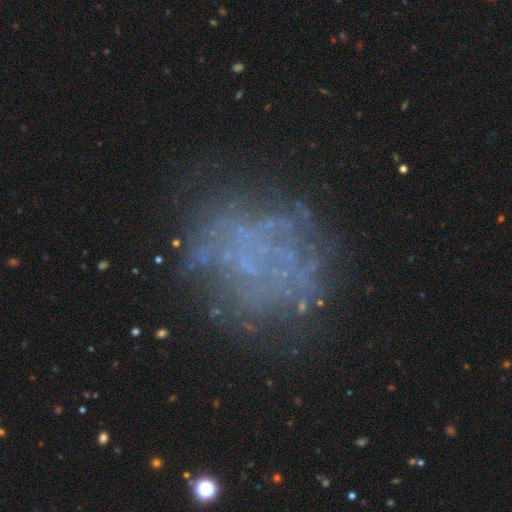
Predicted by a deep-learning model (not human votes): Smooth or featured?
  - featured or disk: 45% *
  - star or artifact: 30%
  - smooth: 25%
Merging?
  - none: 66% *
  - major disturbance: 17%
  - minor disturbance: 14%
  - merger: 3%